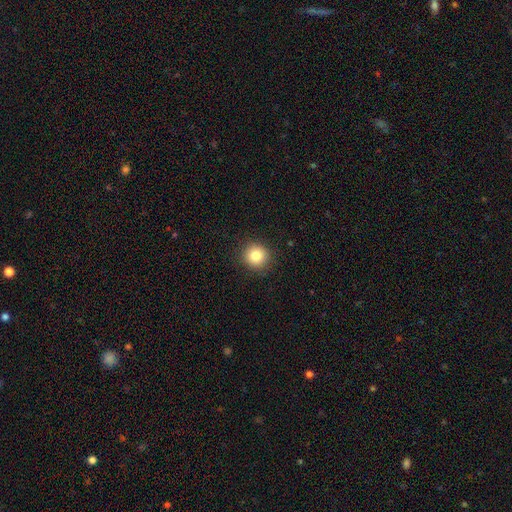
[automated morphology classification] A smooth galaxy with no disk features (83%) that is round (92%).

Vote fractions:
- Smooth or featured? smooth: 83% / star or artifact: 10% / featured or disk: 6%
- How rounded? round: 92% / in between: 7% / cigar-shaped: 1%
- Merging? none: 91% / minor disturbance: 6% / major disturbance: 2% / merger: 1%